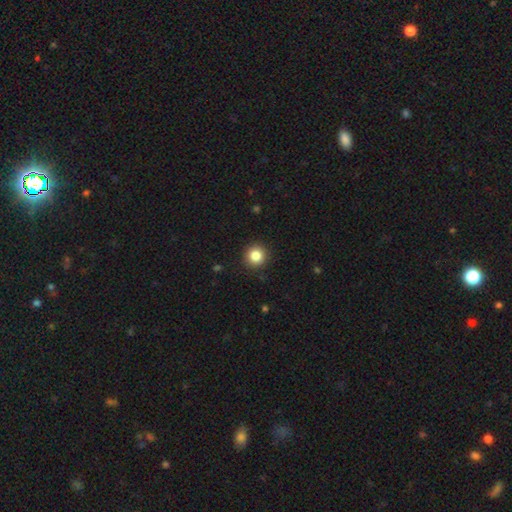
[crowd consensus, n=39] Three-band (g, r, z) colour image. It shows a smooth galaxy with no disk features (87%) that is round (100%). Merging: none (95%).